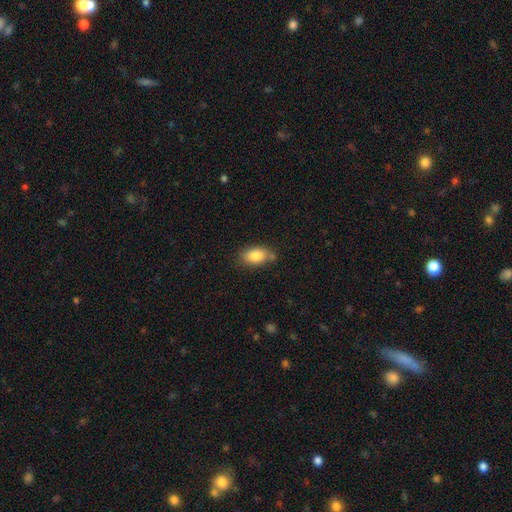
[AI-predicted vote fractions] smooth_or_featured: smooth (p=0.84) [alt: featured or disk p=0.08]
how_rounded: in between (p=0.88) [alt: round p=0.09]
merging: none (p=0.71) [alt: minor disturbance p=0.19]